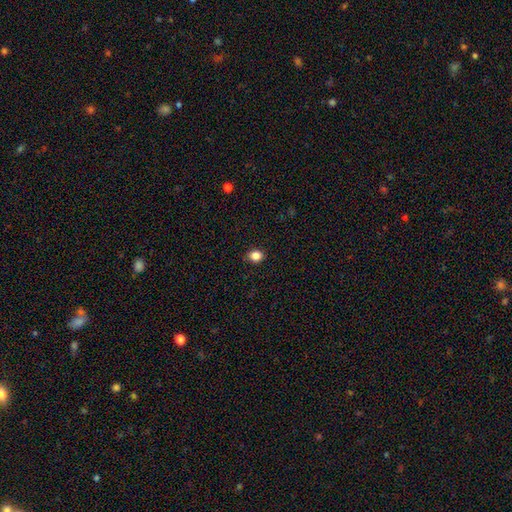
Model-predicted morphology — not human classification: smooth 85%, star or artifact 11%, featured or disk 4%. Down the decision tree: how rounded — round (65%); merging — none (89%).